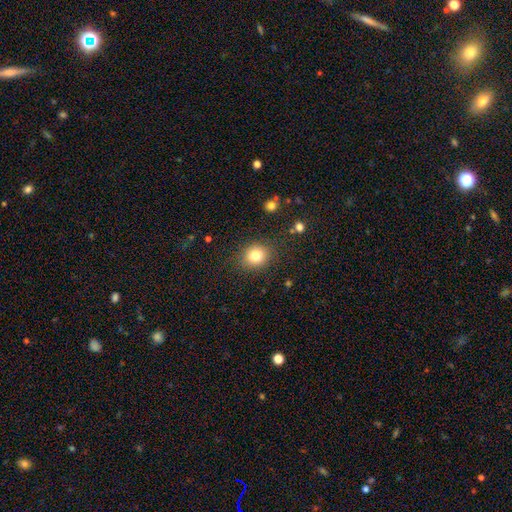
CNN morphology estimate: Q: Smooth or featured?
A: smooth (80%); runner-up: star or artifact (11%)
Q: How rounded?
A: round (75%); runner-up: in between (24%)
Q: Merging?
A: none (86%); runner-up: minor disturbance (9%)